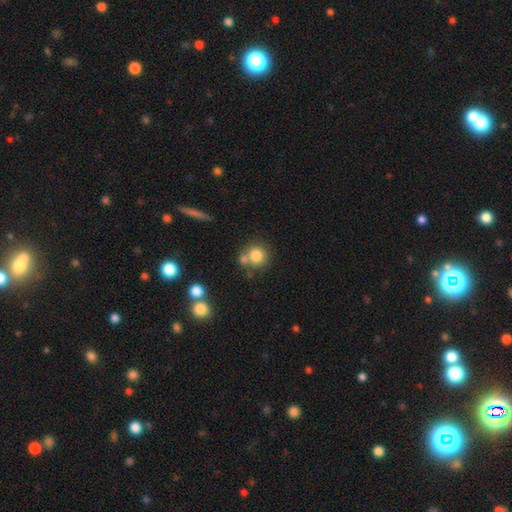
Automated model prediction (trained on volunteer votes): Overall: smooth (80%). How rounded: round (89%). Merging: none (59%; merger 27%).